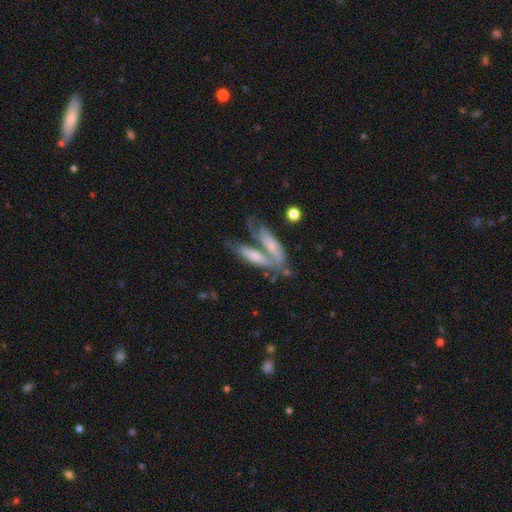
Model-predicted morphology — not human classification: Q: Smooth or featured?
A: featured or disk (53%); runner-up: smooth (39%)
Q: Edge-on disk?
A: no (56%); runner-up: yes (44%)
Q: Merging?
A: merger (49%); runner-up: none (34%)